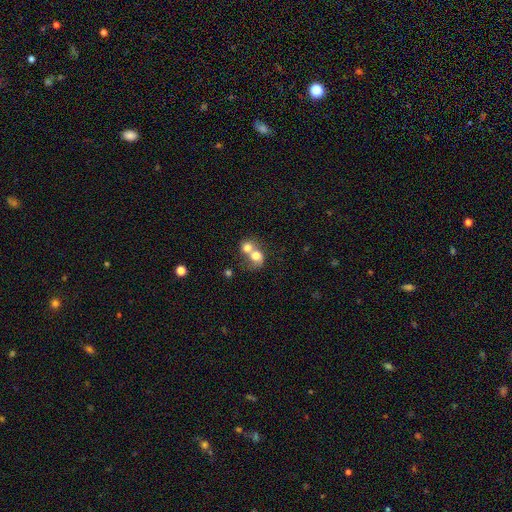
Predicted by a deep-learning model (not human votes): smooth-or-featured: smooth: 69% | featured or disk: 22% | star or artifact: 9%
  how-rounded: round: 64% | in between: 35% | cigar-shaped: 1%
  merging: merger: 75% | none: 15% | minor disturbance: 5% | major disturbance: 4%